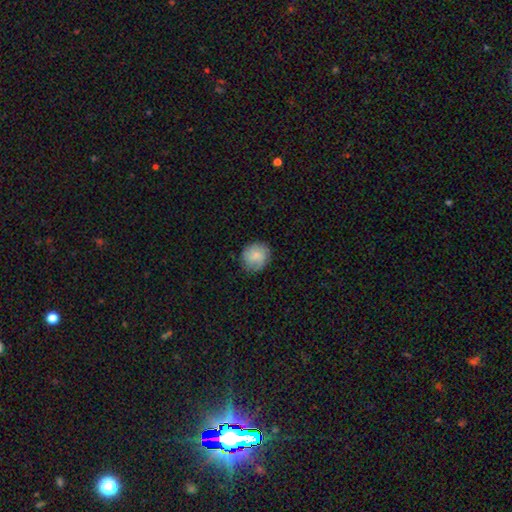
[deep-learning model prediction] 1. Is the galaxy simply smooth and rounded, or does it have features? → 73% smooth, 19% featured or disk, 7% star or artifact.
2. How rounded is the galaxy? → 84% round, 15% in between, 1% cigar-shaped.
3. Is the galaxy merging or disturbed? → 79% none, 16% minor disturbance, 4% major disturbance, 1% merger.